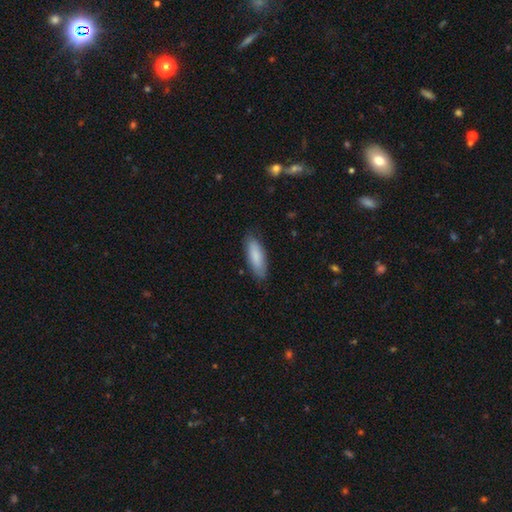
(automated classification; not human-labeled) This is clearly a smooth galaxy (84%). How rounded: possibly in between (58%). Merging: clearly none (83%).